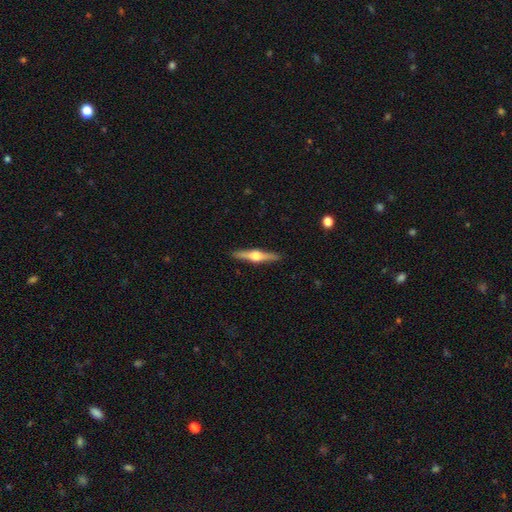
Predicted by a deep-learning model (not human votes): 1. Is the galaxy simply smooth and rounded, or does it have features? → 73% featured or disk, 22% smooth, 5% star or artifact.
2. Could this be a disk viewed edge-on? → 98% yes, 2% no.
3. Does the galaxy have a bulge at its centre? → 95% rounded, 3% boxy, 2% none.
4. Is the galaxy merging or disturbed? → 91% none, 6% minor disturbance, 1% major disturbance, 1% merger.